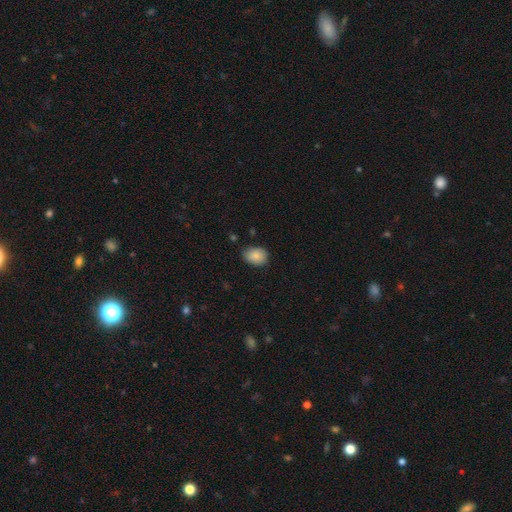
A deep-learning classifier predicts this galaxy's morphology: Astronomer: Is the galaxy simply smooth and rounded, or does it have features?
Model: smooth — 86%.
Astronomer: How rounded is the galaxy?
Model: in between — 68%.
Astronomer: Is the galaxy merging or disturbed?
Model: none — 78%.